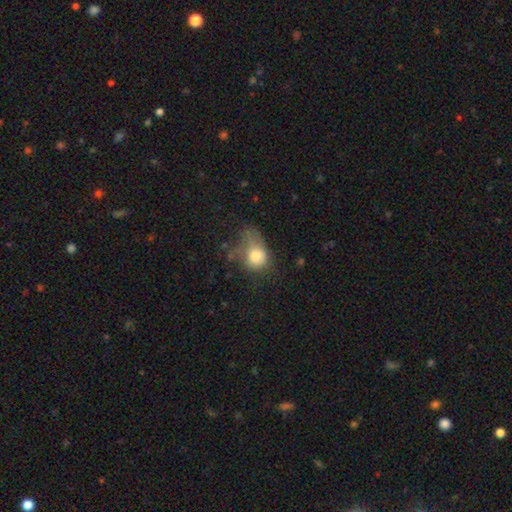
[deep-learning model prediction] A smooth galaxy with no disk features (72%) that is in between round and cigar-shaped (50%).

Vote fractions:
- Smooth or featured? smooth: 72% / featured or disk: 17% / star or artifact: 11%
- How rounded? in between: 50% / round: 49% / cigar-shaped: 1%
- Merging? major disturbance: 44% / minor disturbance: 27% / none: 22% / merger: 6%